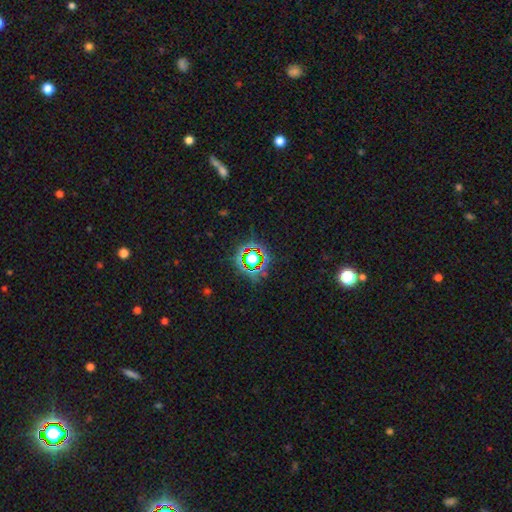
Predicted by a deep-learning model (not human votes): This is likely a star or artifact rather than a galaxy (69%).